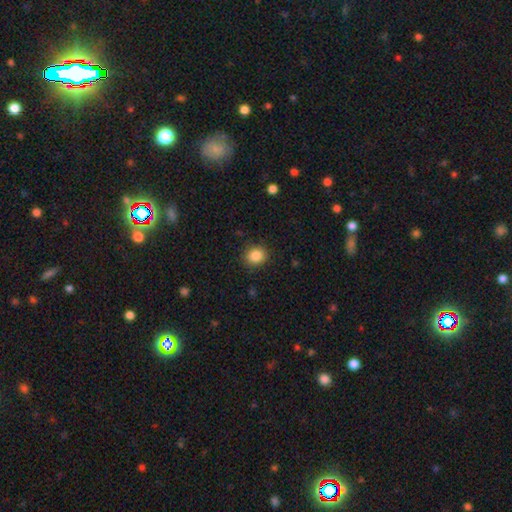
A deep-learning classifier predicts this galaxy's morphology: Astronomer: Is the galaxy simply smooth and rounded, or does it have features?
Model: smooth — 86%.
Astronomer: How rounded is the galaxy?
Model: round — 76%.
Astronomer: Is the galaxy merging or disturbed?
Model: none — 89%.